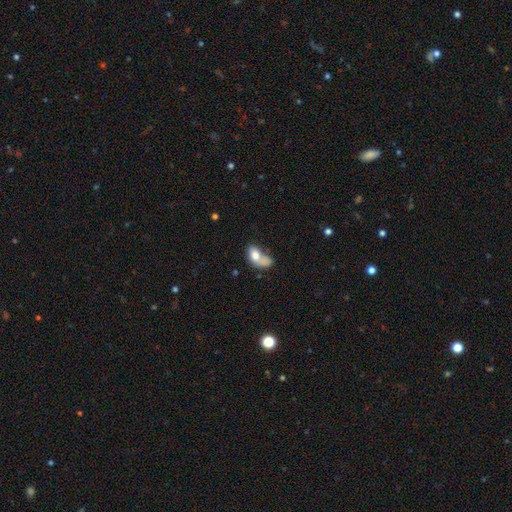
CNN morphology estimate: This appears to be a smooth galaxy with no disk features (73%) that is in between round and cigar-shaped (86%). Merging: merger (46%).